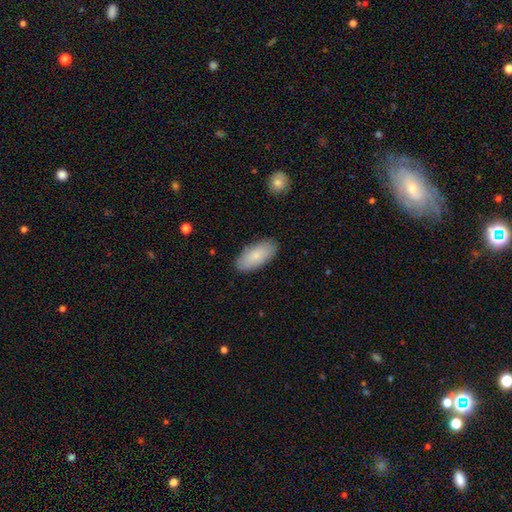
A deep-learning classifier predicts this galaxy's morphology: The model was most divided on "smooth or featured": smooth: 84%, featured or disk: 11%, star or artifact: 6%. More confident: how rounded — in between (91%); merging — none (87%).